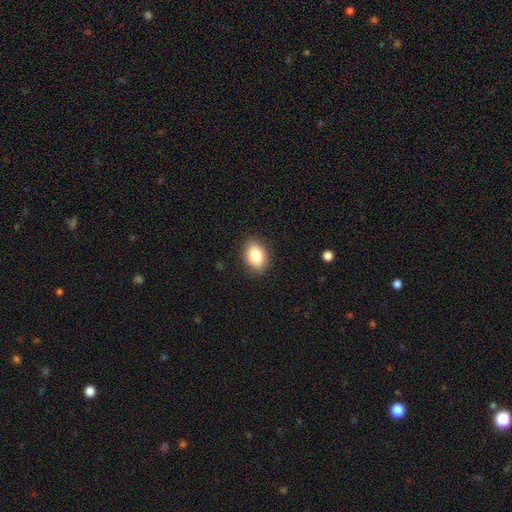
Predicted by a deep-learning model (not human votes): Smooth or featured: smooth — 84% (featured or disk — 8%)
How rounded: in between — 82% (round — 17%)
Merging: none — 88% (minor disturbance — 9%)